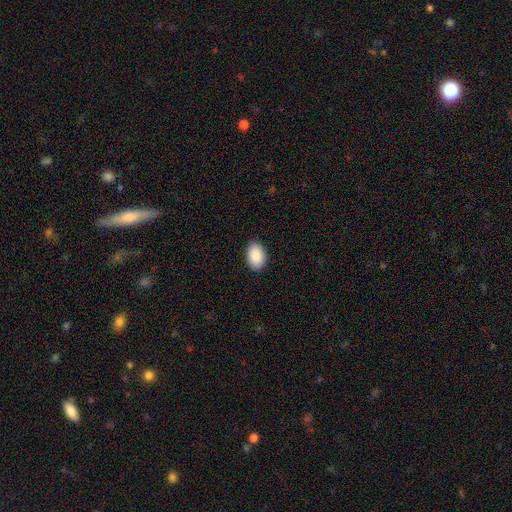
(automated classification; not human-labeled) smooth 90%, star or artifact 6%, featured or disk 3%. Down the decision tree: how rounded — in between (91%); merging — none (89%).